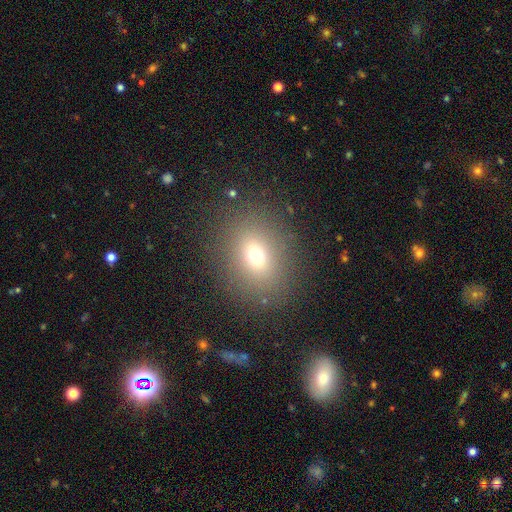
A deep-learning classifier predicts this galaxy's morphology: type=smooth (68%); roundness=round (51%); merging=none (85%).